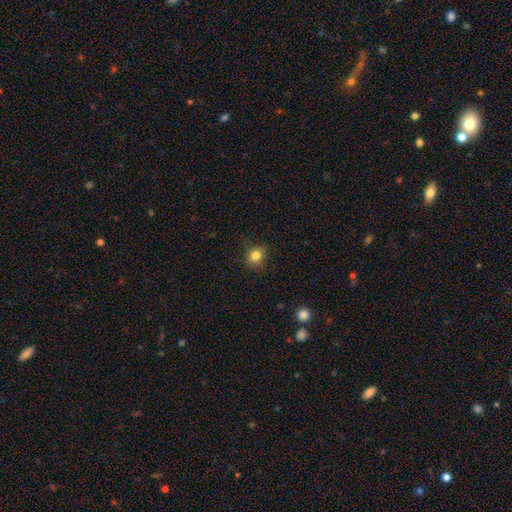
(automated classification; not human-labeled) A smooth galaxy with no disk features (81%) that is round (67%). Merging: none (82%).